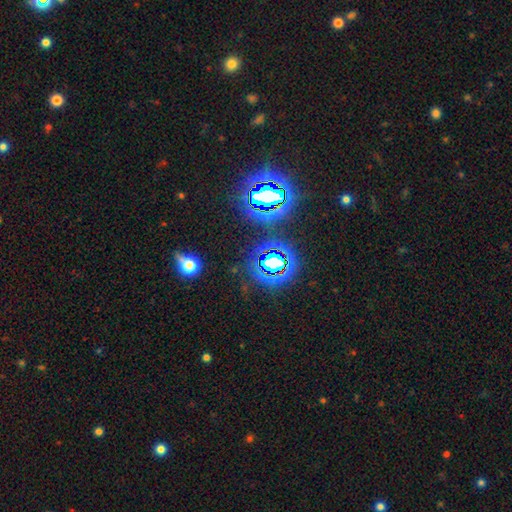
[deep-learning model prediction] A star or artifact, not a galaxy (80%).